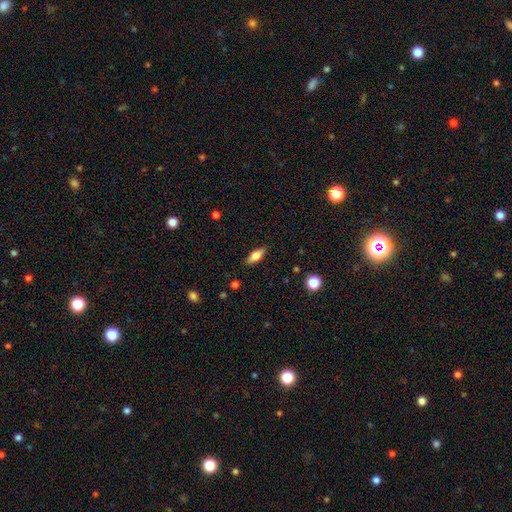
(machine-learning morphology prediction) type=smooth (65%); roundness=in between (67%); merging=none (87%).